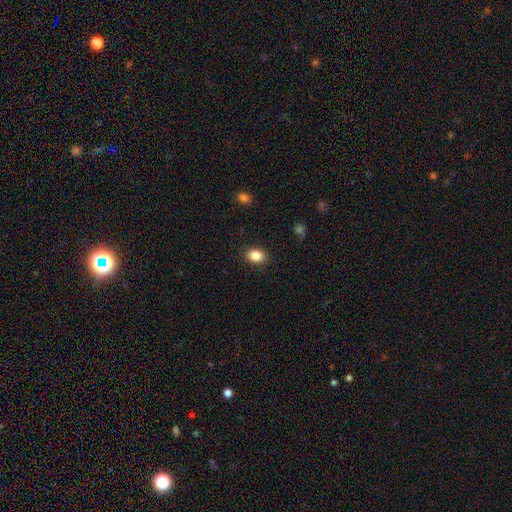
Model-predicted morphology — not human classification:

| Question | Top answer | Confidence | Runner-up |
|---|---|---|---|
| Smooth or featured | smooth | 86% | star or artifact (9%) |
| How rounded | in between | 70% | round (29%) |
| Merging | none | 87% | minor disturbance (9%) |